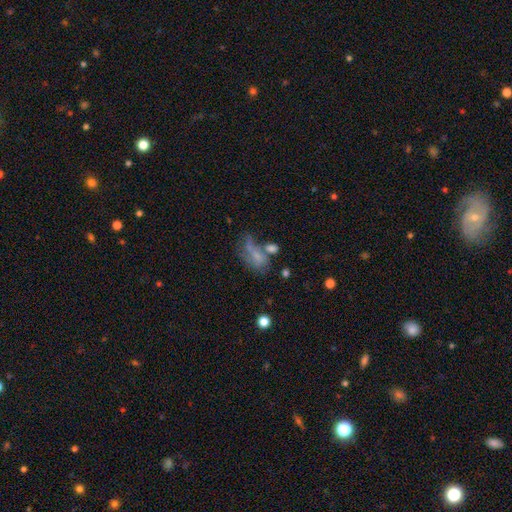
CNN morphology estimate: Q: Smooth or featured?
A: smooth (51%); runner-up: featured or disk (35%)
Q: How rounded?
A: in between (80%); runner-up: cigar-shaped (10%)
Q: Merging?
A: major disturbance (31%); runner-up: none (26%)